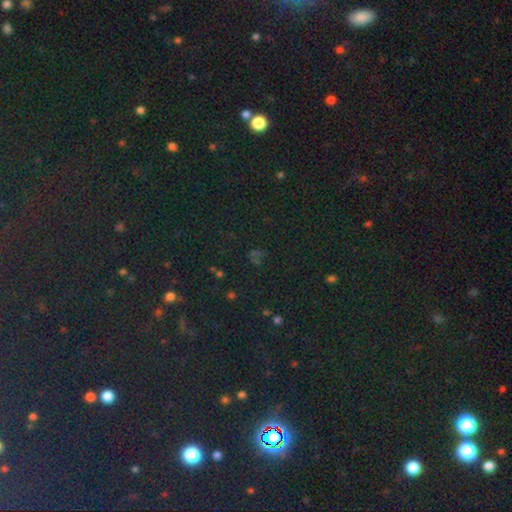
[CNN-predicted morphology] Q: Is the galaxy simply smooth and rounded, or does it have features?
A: star or artifact — 67%.